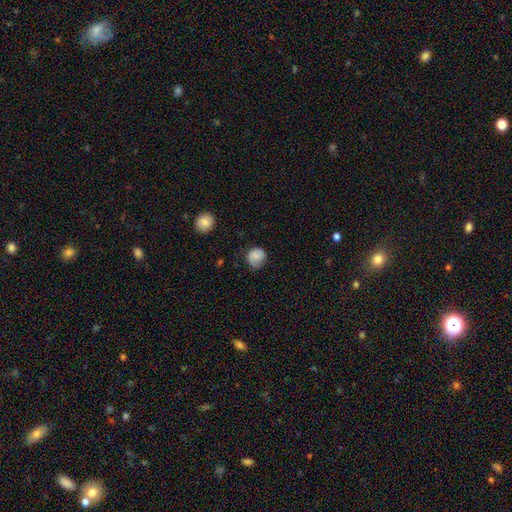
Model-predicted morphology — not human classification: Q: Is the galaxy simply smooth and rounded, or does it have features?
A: smooth — 83%.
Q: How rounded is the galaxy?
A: round — 79%.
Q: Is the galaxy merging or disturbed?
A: none — 60%.